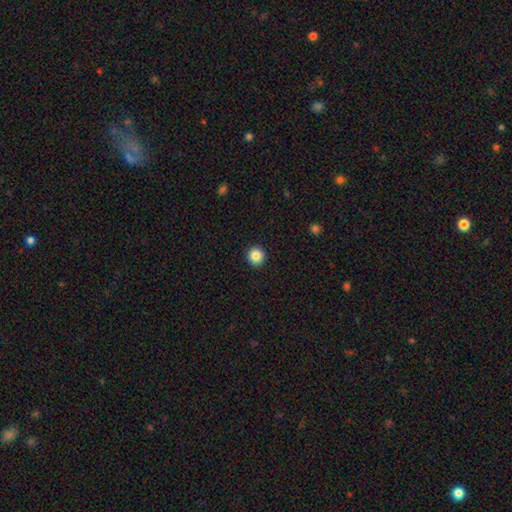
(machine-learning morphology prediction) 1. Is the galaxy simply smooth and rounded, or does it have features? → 86% smooth, 10% star or artifact, 4% featured or disk.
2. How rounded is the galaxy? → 95% round, 4% in between, 1% cigar-shaped.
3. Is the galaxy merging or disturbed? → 93% none, 4% minor disturbance, 2% major disturbance, 1% merger.